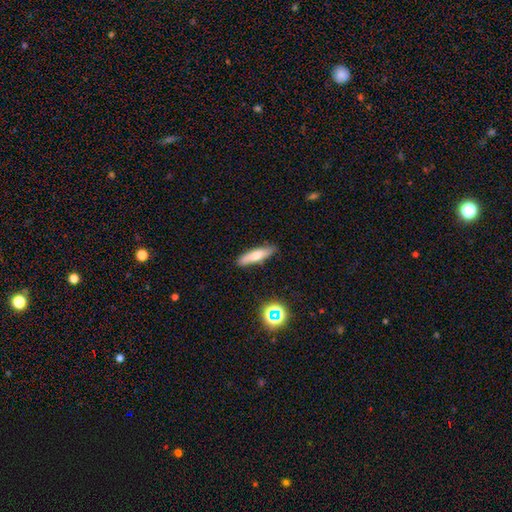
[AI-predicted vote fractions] Smooth or featured?
  - smooth: 65% *
  - featured or disk: 26%
  - star or artifact: 9%
How rounded?
  - cigar-shaped: 73% *
  - in between: 24%
  - round: 2%
Merging?
  - none: 86% *
  - minor disturbance: 10%
  - major disturbance: 2%
  - merger: 2%